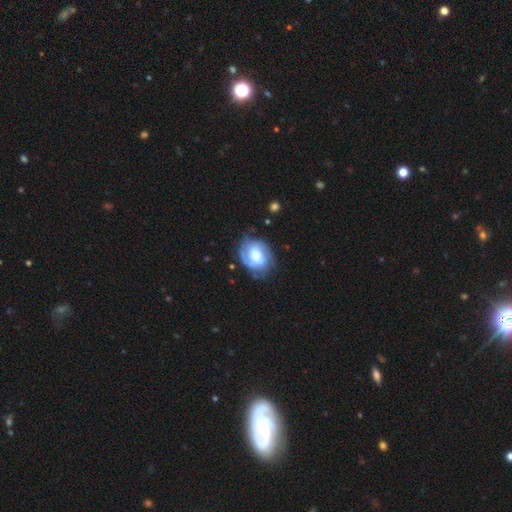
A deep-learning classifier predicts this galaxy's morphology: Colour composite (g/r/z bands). It shows a featured or disk galaxy (69%) with no bar (55%), 2 (50%) tight (56%) spiral arms (86%) and a large central bulge (47%). Merging: none (66%).